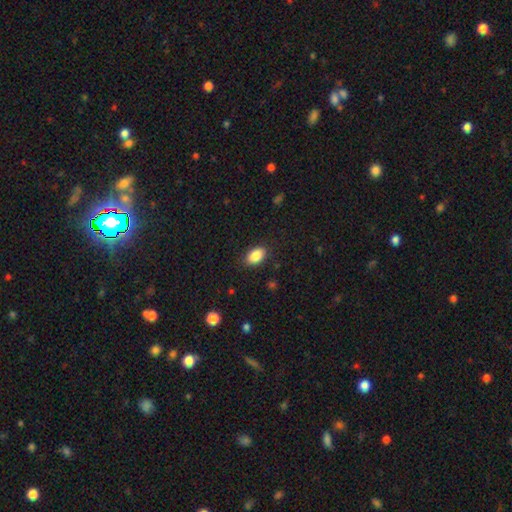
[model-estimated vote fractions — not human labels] Smooth or featured?
  - smooth: 87% *
  - star or artifact: 8%
  - featured or disk: 5%
How rounded?
  - in between: 90% *
  - round: 8%
  - cigar-shaped: 1%
Merging?
  - none: 86% *
  - minor disturbance: 10%
  - major disturbance: 3%
  - merger: 1%